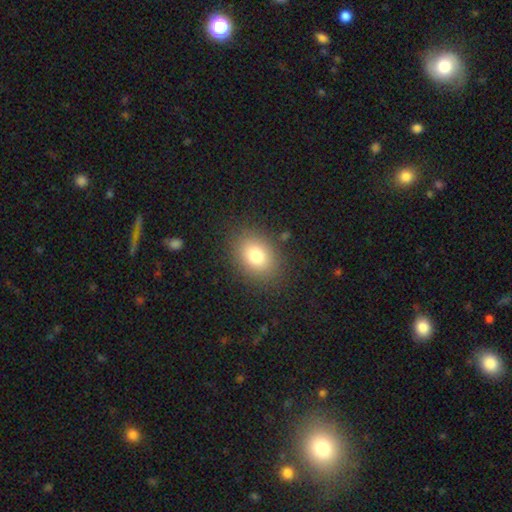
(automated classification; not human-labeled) Morphology: type=smooth (79%); roundness=in between (60%); merging=none (85%).